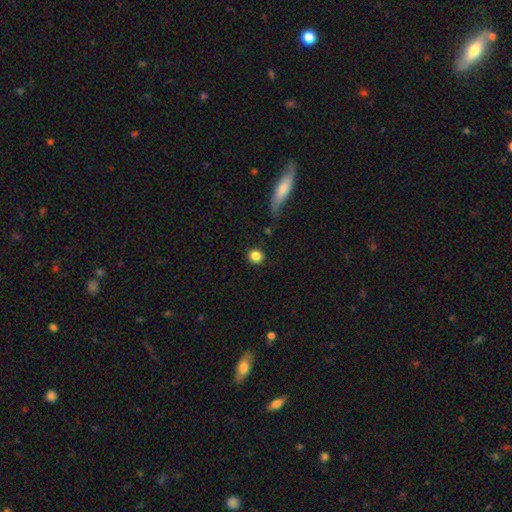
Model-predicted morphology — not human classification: The model was most divided on "smooth or featured": smooth: 85%, star or artifact: 9%, featured or disk: 5%. More confident: how rounded — round (89%); merging — none (87%).